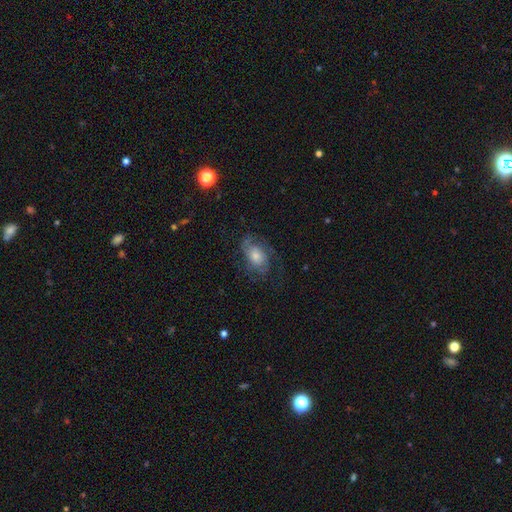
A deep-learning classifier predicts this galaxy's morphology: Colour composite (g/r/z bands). It shows a featured or disk galaxy (67%) with no bar (73%), 2 (41%) medium (43%) spiral arms (87%) and a moderate central bulge (49%). Merging: none (63%).